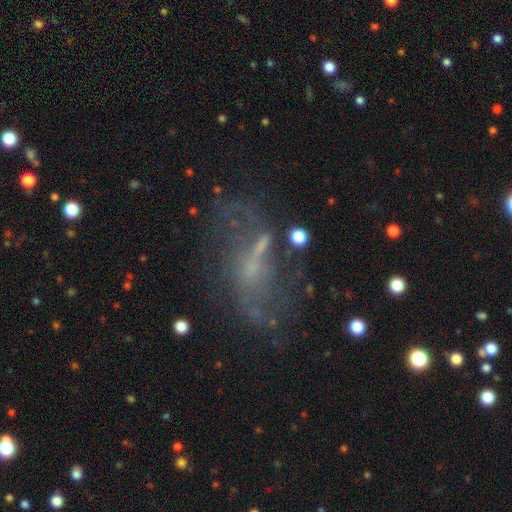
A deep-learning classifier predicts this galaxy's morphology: A featured or disk galaxy (64%) with no bar (49%), spiral arms (54%) and a small central bulge (45%).

Vote fractions:
- Smooth or featured? featured or disk: 64% / smooth: 20% / star or artifact: 16%
- Edge-on disk? no: 92% / yes: 8%
- Bar? no: 49% / weak: 36% / strong: 15%
- Spiral arms? yes: 54% / no: 46%
- Bulge size? small: 45% / none: 36% / moderate: 15% / large: 2% / dominant: 1%
- Merging? none: 48% / major disturbance: 26% / minor disturbance: 19% / merger: 7%